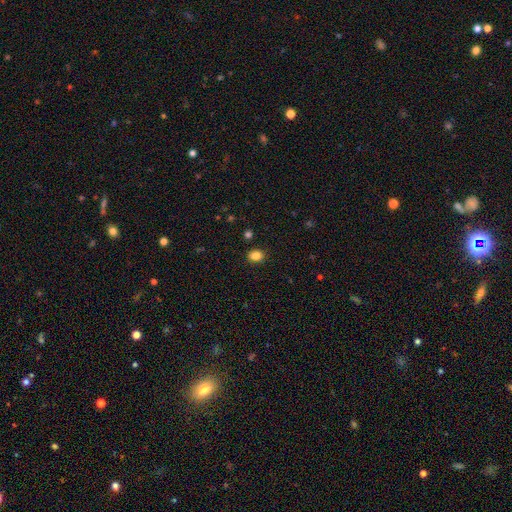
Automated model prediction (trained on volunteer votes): Morphology: type=smooth (84%); roundness=round (62%); merging=none (89%).